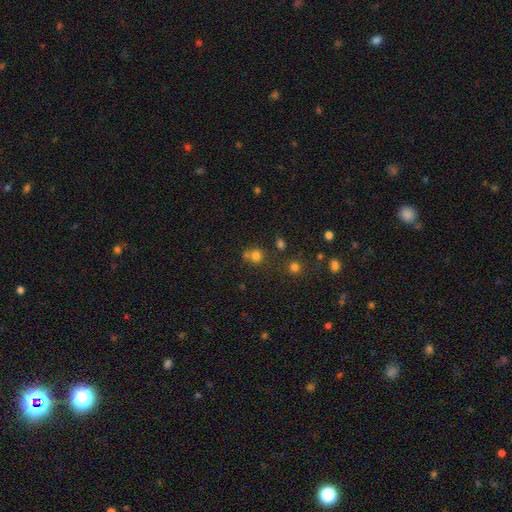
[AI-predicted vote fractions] Morphology: type=smooth (75%); roundness=round (85%); merging=none (58%).